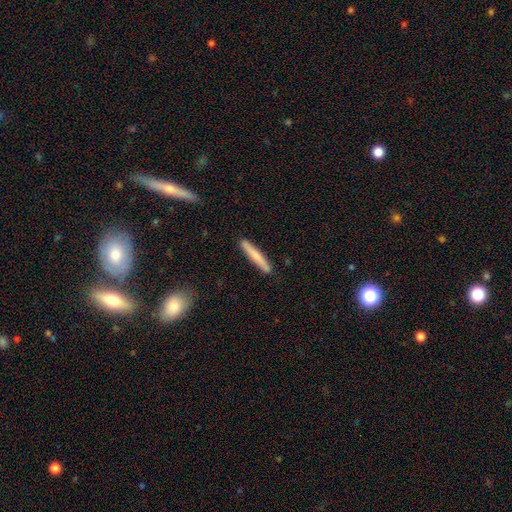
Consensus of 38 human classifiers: Q: Smooth or featured?
A: smooth (50%); runner-up: featured or disk (47%)
Q: How rounded?
A: cigar-shaped (95%); runner-up: round (5%)
Q: Merging?
A: none (95%); runner-up: minor disturbance (3%)